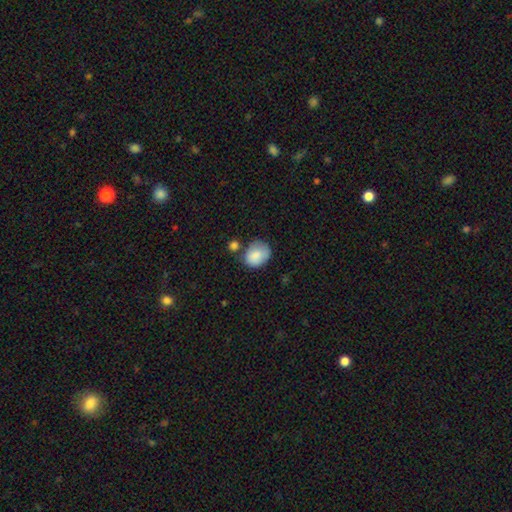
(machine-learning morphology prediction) smooth-or-featured: smooth: 82% | featured or disk: 10% | star or artifact: 8%
  how-rounded: round: 57% | in between: 42% | cigar-shaped: 1%
  merging: none: 53% | minor disturbance: 26% | merger: 13% | major disturbance: 8%